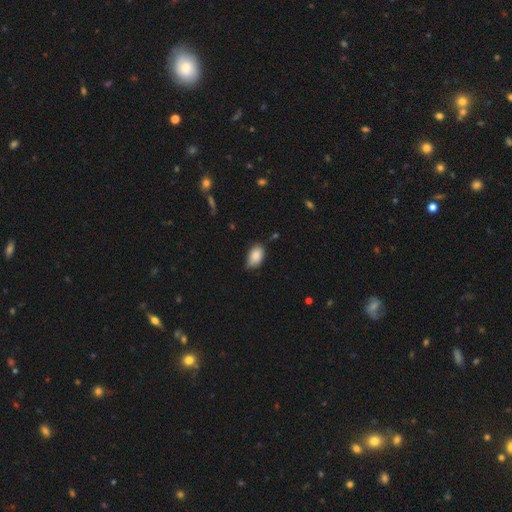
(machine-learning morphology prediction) Smooth or featured: smooth — 86% (star or artifact — 7%)
How rounded: in between — 91% (round — 7%)
Merging: none — 60% (minor disturbance — 34%)